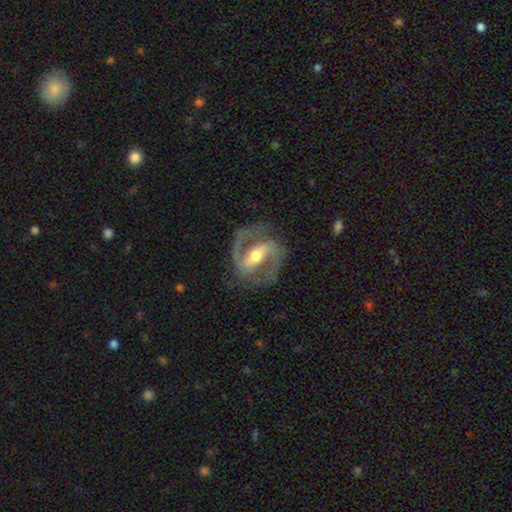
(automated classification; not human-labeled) Smooth or featured: featured or disk — 90% (smooth — 6%)
Edge-on disk: no — 97% (yes — 3%)
Bar: strong — 54% (weak — 33%)
Spiral arms: yes — 96% (no — 4%)
Spiral winding: medium — 62% (tight — 21%)
Spiral arm count: 2 — 93% (can't tell — 2%)
Bulge size: moderate — 71% (small — 18%)
Merging: none — 79% (minor disturbance — 13%)